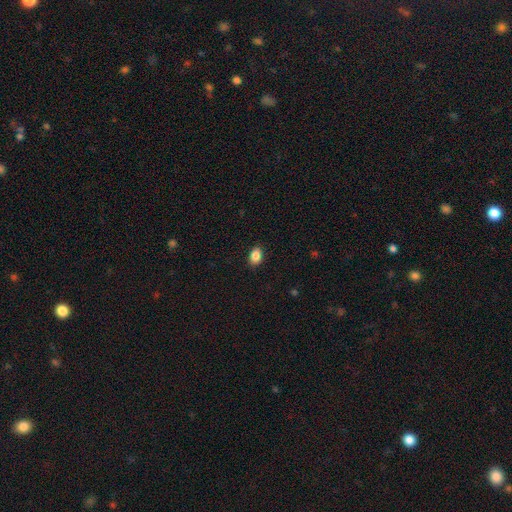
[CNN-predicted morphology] A smooth galaxy with no disk features (86%) that is in between round and cigar-shaped (78%).

Vote fractions:
- Smooth or featured? smooth: 86% / star or artifact: 9% / featured or disk: 5%
- How rounded? in between: 78% / round: 21% / cigar-shaped: 1%
- Merging? none: 89% / minor disturbance: 8% / major disturbance: 2% / merger: 1%